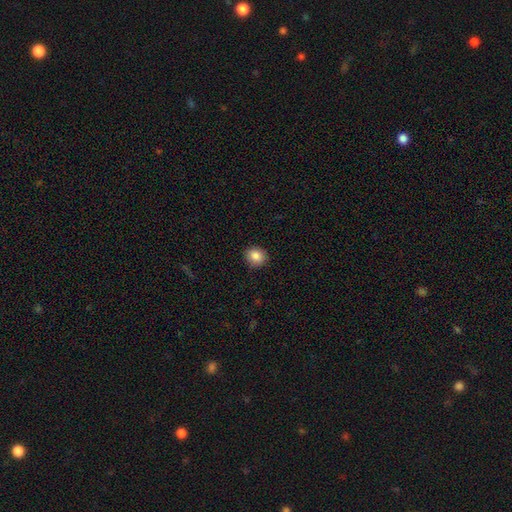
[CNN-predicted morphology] smooth_or_featured: smooth (p=0.86) [alt: star or artifact p=0.09]
how_rounded: round (p=0.79) [alt: in between p=0.20]
merging: none (p=0.91) [alt: minor disturbance p=0.07]